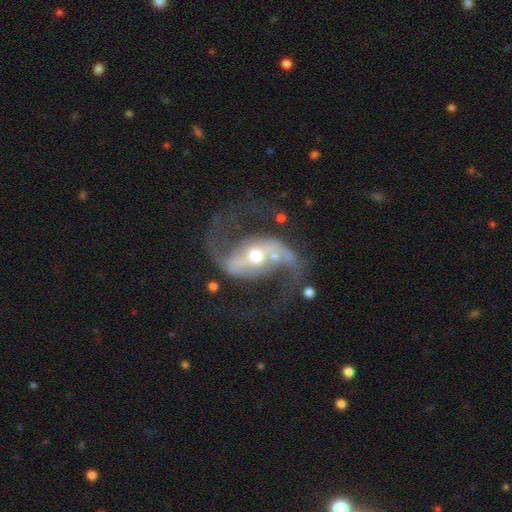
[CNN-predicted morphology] Smooth or featured?
  - featured or disk: 93% *
  - star or artifact: 4%
  - smooth: 3%
Edge-on disk?
  - no: 98% *
  - yes: 2%
Bar?
  - strong: 44% *
  - weak: 35%
  - no: 21%
Spiral arms?
  - yes: 98% *
  - no: 2%
Spiral winding?
  - medium: 49% *
  - loose: 44%
  - tight: 8%
Spiral arm count?
  - 2: 94% *
  - can't tell: 1%
  - 3: 1%
  - 1: 1%
  - 4: 1%
  - more than 4: 1%
Bulge size?
  - moderate: 64% *
  - small: 26%
  - large: 7%
  - dominant: 1%
  - none: 1%
Merging?
  - none: 76% *
  - minor disturbance: 12%
  - major disturbance: 10%
  - merger: 2%